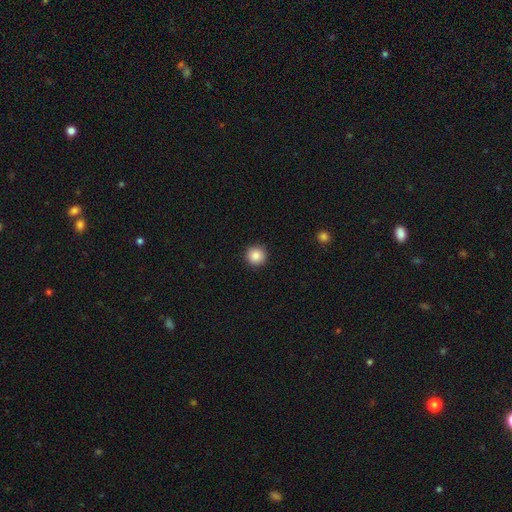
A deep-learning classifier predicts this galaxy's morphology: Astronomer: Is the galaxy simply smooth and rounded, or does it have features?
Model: smooth — 87%.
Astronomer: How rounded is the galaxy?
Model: round — 95%.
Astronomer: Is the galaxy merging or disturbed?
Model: none — 92%.